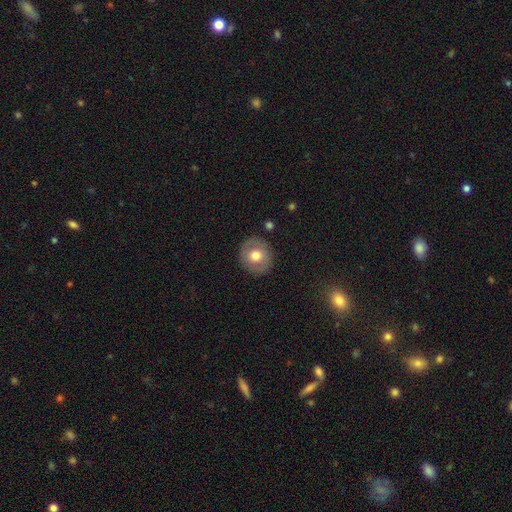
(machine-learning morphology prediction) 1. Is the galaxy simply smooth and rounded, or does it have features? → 65% smooth, 27% featured or disk, 8% star or artifact.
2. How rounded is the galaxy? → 86% round, 13% in between, 1% cigar-shaped.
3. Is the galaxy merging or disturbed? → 88% none, 8% minor disturbance, 3% major disturbance, 1% merger.